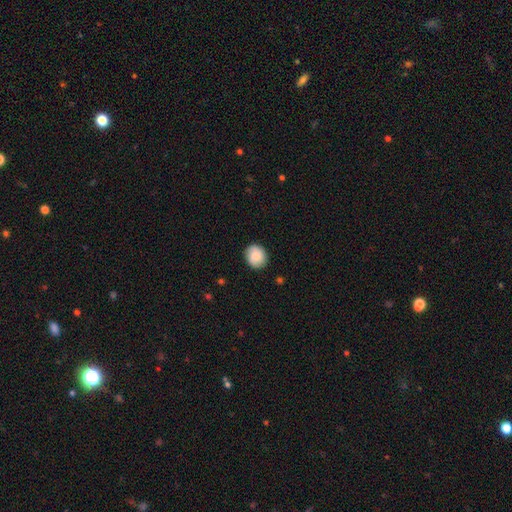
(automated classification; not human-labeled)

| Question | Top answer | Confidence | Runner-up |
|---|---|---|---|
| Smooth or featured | smooth | 79% | featured or disk (14%) |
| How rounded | round | 72% | in between (27%) |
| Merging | none | 86% | minor disturbance (10%) |